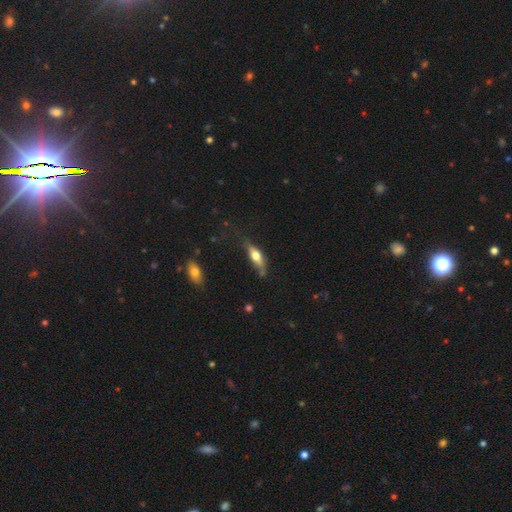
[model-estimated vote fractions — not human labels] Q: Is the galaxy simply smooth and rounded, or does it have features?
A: smooth — 54%.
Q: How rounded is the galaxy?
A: cigar-shaped — 49%.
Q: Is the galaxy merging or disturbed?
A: none — 51%.